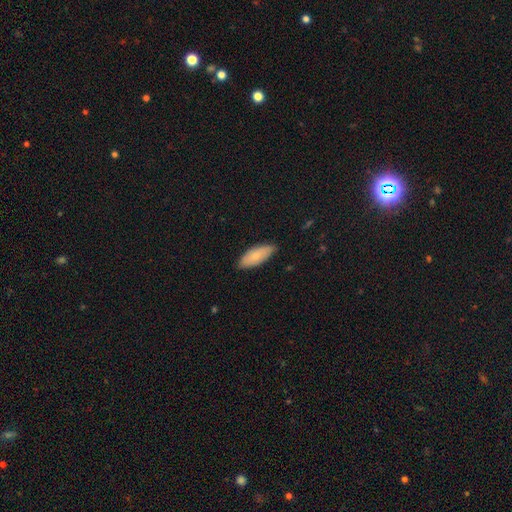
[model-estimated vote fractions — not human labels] Morphology: type=smooth (76%); roundness=in between (83%); merging=none (80%).